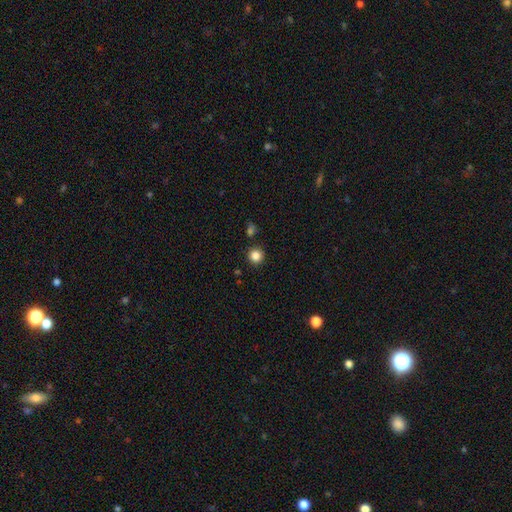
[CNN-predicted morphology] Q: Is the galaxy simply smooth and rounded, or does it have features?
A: smooth — 84%.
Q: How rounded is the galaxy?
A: round — 94%.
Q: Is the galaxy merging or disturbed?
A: none — 89%.